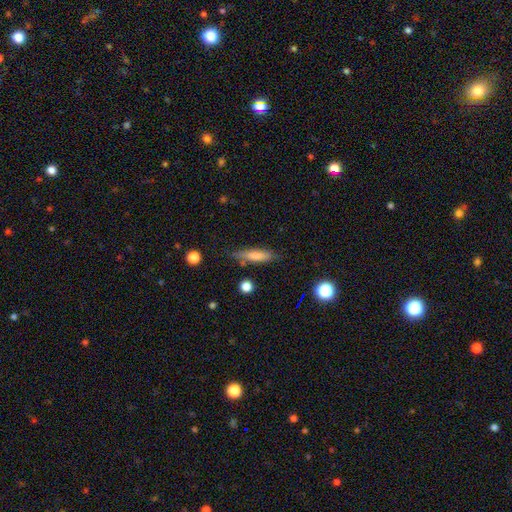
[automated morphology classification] Smooth or featured? Predicted: smooth (p=0.72). How rounded? Predicted: cigar-shaped (p=0.72). Merging? Predicted: none (p=0.71).